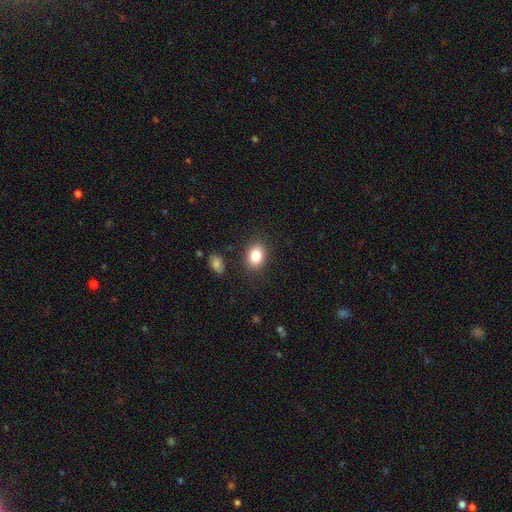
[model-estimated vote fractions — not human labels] The model was most divided on "how rounded": in between: 65%, round: 34%, cigar-shaped: 1%. More confident: merging — none (85%); smooth or featured — smooth (84%).